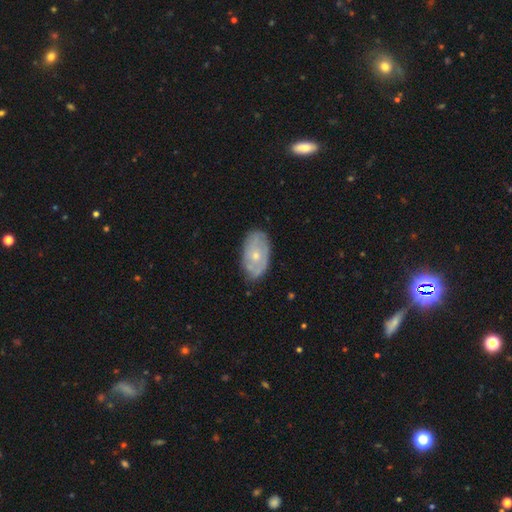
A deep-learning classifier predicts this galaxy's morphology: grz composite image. It shows a featured or disk galaxy (57%) with no bar (85%), spiral arms (56%) and a small central bulge (58%). Merging: none (76%).